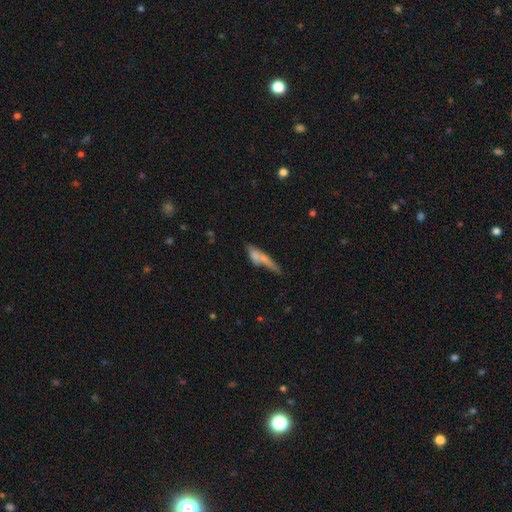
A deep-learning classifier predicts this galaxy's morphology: Smooth or featured? smooth (62%)
How rounded? cigar-shaped (75%)
Merging? none (39%)